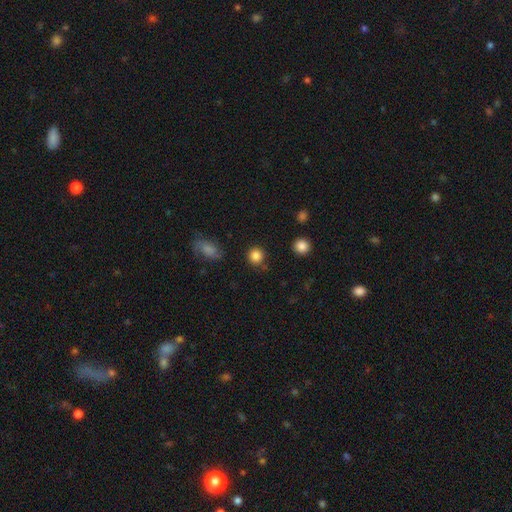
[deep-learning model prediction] smooth 85%, star or artifact 11%, featured or disk 4%. Down the decision tree: how rounded — round (92%); merging — none (85%).